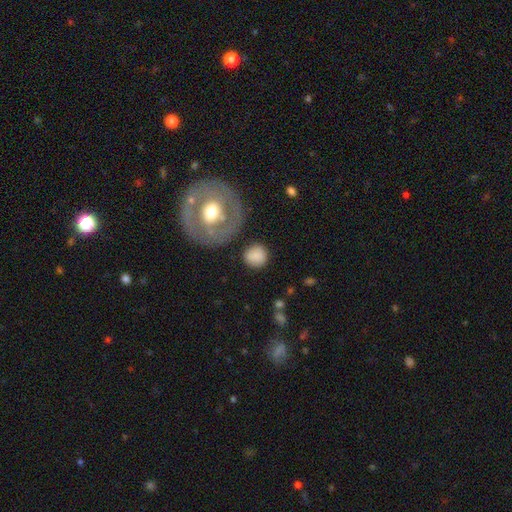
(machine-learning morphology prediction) smooth_or_featured: smooth (p=0.82) [alt: featured or disk p=0.11]
how_rounded: round (p=0.86) [alt: in between p=0.12]
merging: none (p=0.81) [alt: minor disturbance p=0.11]